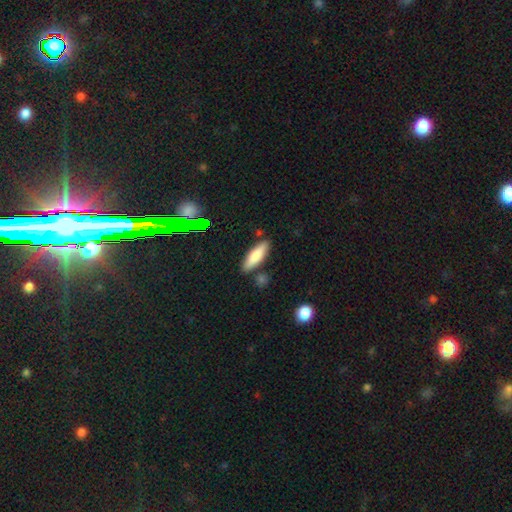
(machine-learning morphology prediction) smooth 77%, featured or disk 16%, star or artifact 7%. Down the decision tree: how rounded — cigar-shaped (55%); merging — none (83%).